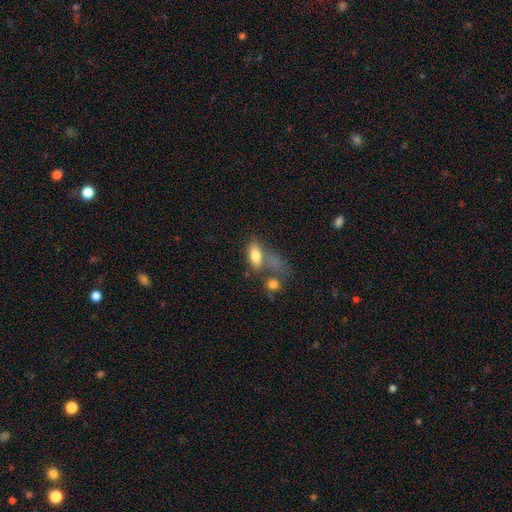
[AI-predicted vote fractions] A smooth galaxy with no disk features (76%) that is in between round and cigar-shaped (82%).

Vote fractions:
- Smooth or featured? smooth: 76% / featured or disk: 16% / star or artifact: 9%
- How rounded? in between: 82% / cigar-shaped: 11% / round: 7%
- Merging? none: 32% (tied) / merger: 32% (tied) / major disturbance: 20% / minor disturbance: 16%